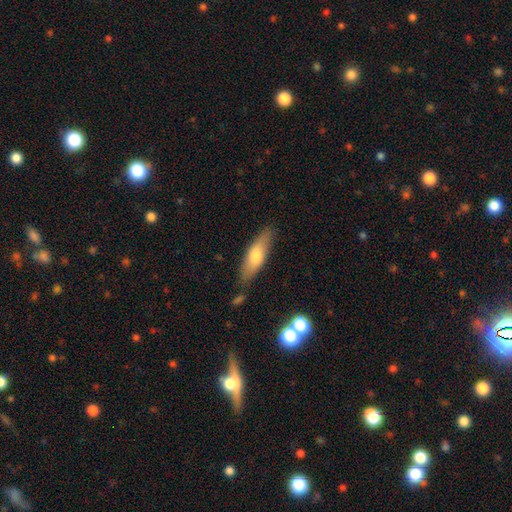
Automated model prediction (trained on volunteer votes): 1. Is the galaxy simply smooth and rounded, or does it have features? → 68% smooth, 25% featured or disk, 6% star or artifact.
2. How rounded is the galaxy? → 54% cigar-shaped, 44% in between, 2% round.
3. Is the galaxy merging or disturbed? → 77% none, 15% minor disturbance, 4% merger, 3% major disturbance.